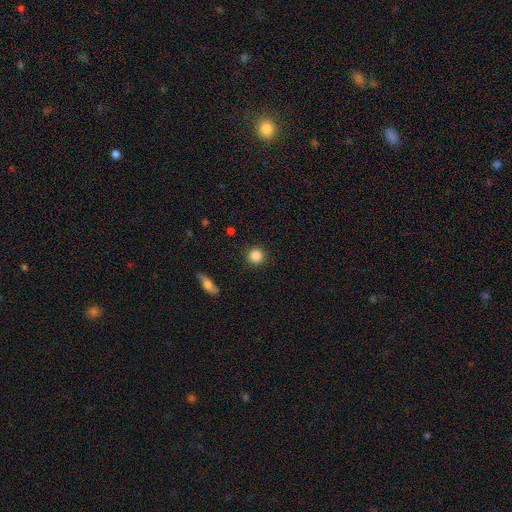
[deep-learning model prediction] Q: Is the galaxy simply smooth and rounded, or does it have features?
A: smooth — 86%.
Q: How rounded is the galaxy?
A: round — 94%.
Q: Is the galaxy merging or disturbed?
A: none — 90%.